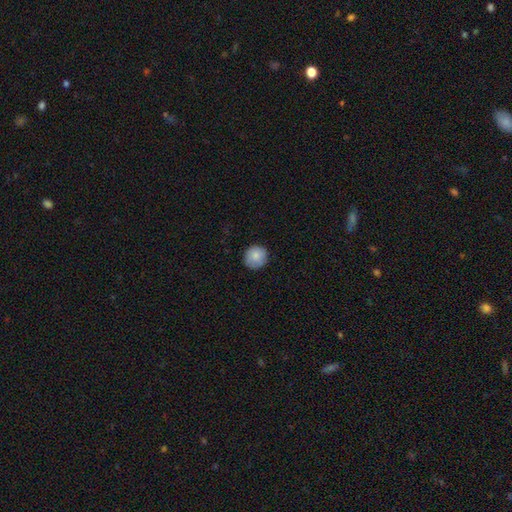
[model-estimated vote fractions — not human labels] A smooth galaxy with no disk features (84%) that is round (92%). Merging: none (86%).